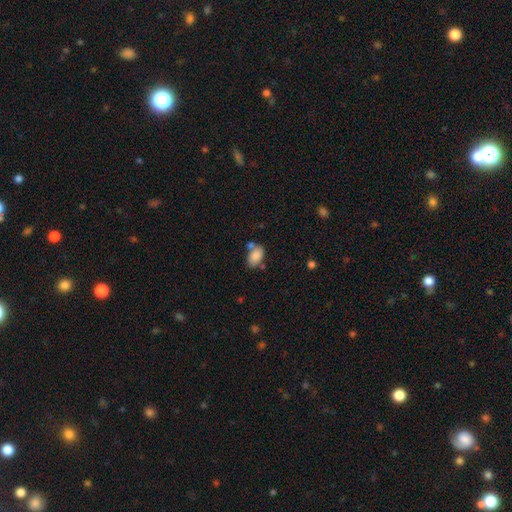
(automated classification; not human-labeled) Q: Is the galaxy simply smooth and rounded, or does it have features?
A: smooth — 84%.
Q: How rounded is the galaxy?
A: in between — 88%.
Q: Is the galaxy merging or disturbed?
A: none — 53%.